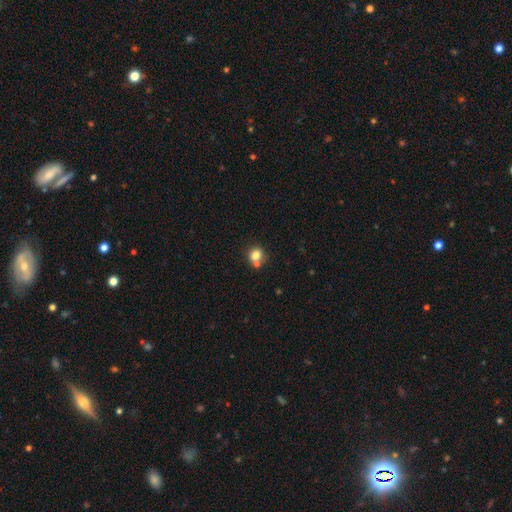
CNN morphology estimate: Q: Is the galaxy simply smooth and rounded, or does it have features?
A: smooth — 80%.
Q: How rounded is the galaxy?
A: round — 81%.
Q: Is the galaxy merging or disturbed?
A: none — 55%.